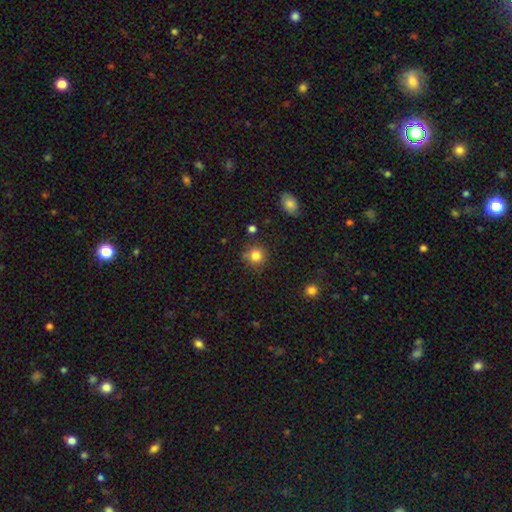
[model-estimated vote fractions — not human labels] smooth_or_featured: smooth (p=0.82) [alt: star or artifact p=0.12]
how_rounded: round (p=0.90) [alt: in between p=0.09]
merging: none (p=0.79) [alt: minor disturbance p=0.14]